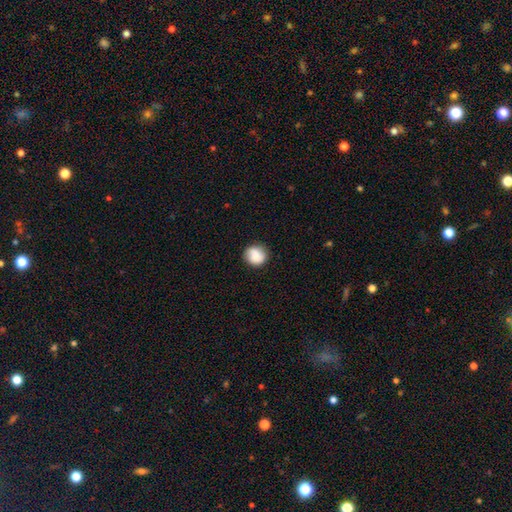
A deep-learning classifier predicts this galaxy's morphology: A smooth galaxy with no disk features (81%) that is round (85%).

Vote fractions:
- Smooth or featured? smooth: 81% / featured or disk: 11% / star or artifact: 8%
- How rounded? round: 85% / in between: 14% / cigar-shaped: 1%
- Merging? none: 82% / minor disturbance: 14% / major disturbance: 3% / merger: 1%